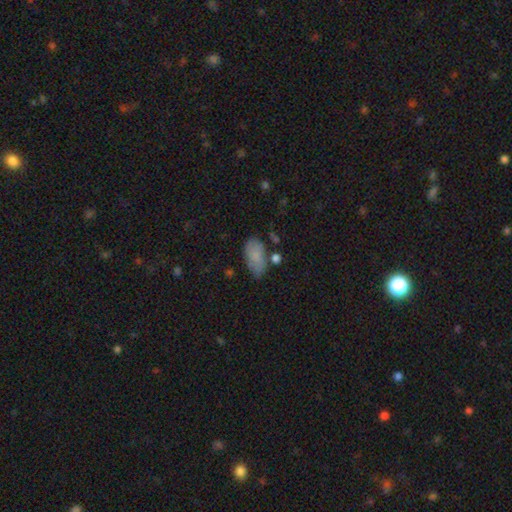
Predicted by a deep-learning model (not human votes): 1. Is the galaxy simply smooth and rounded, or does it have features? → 80% smooth, 12% featured or disk, 8% star or artifact.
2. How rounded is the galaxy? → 93% in between, 4% round, 3% cigar-shaped.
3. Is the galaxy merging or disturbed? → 61% none, 24% minor disturbance, 8% merger, 7% major disturbance.